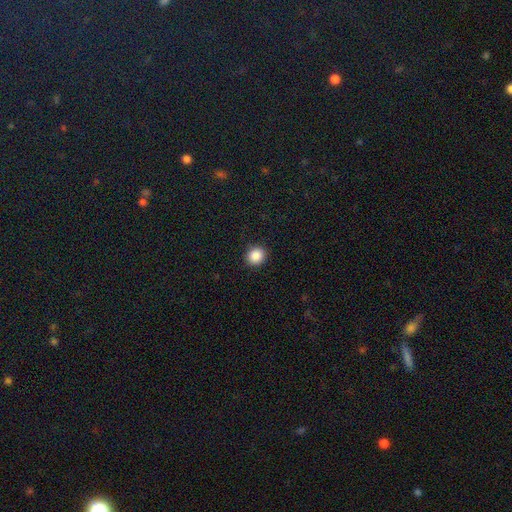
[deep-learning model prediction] Smooth or featured?
  - smooth: 88% *
  - star or artifact: 9%
  - featured or disk: 3%
How rounded?
  - round: 84% *
  - in between: 15%
  - cigar-shaped: 1%
Merging?
  - none: 92% *
  - minor disturbance: 6%
  - major disturbance: 2%
  - merger: 1%